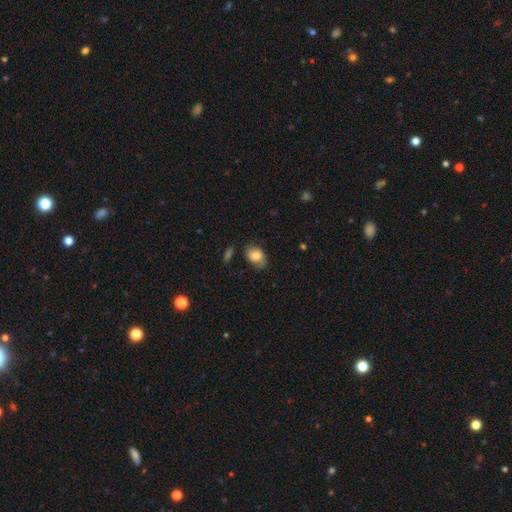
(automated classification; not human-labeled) Smooth or featured?
  - smooth: 76% *
  - featured or disk: 16%
  - star or artifact: 8%
How rounded?
  - in between: 76% *
  - round: 23%
  - cigar-shaped: 1%
Merging?
  - none: 61% *
  - minor disturbance: 29%
  - major disturbance: 8%
  - merger: 2%